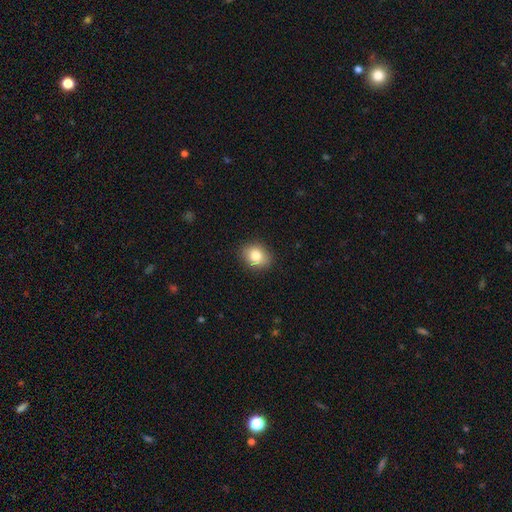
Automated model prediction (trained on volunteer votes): This is clearly a smooth galaxy (81%). How rounded: possibly in between (53%). Merging: clearly none (88%).